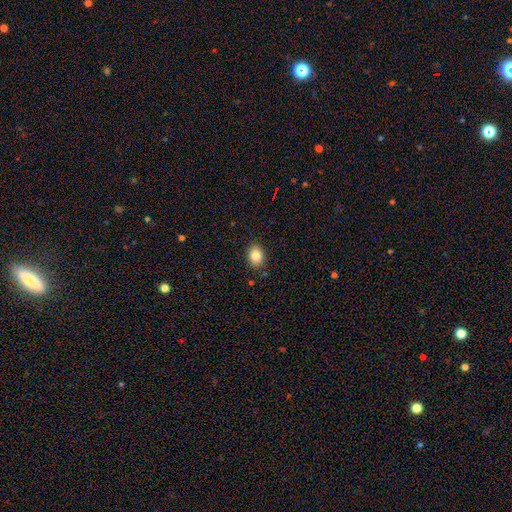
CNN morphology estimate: smooth-or-featured: smooth: 85% | star or artifact: 9% | featured or disk: 6%
  how-rounded: in between: 65% | round: 34% | cigar-shaped: 1%
  merging: none: 87% | minor disturbance: 9% | major disturbance: 2% | merger: 1%